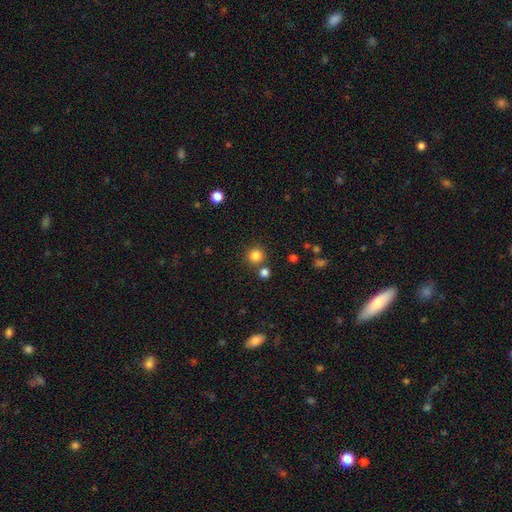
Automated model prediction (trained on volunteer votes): Q: Smooth or featured?
A: smooth (83%); runner-up: star or artifact (13%)
Q: How rounded?
A: round (93%); runner-up: in between (6%)
Q: Merging?
A: none (79%); runner-up: merger (11%)